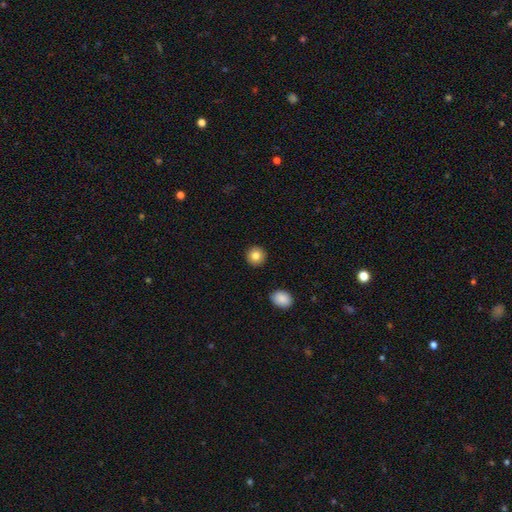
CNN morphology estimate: Smooth or featured: smooth — 83% (star or artifact — 9%)
How rounded: round — 93% (in between — 6%)
Merging: none — 92% (minor disturbance — 5%)